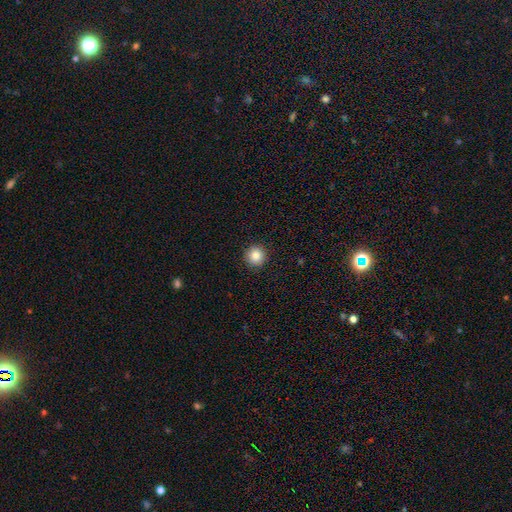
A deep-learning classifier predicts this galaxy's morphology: type=smooth (85%); roundness=round (94%); merging=none (92%).